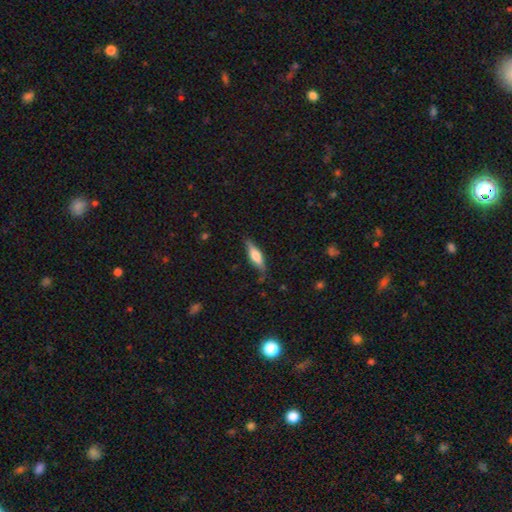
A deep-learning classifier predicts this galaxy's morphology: A smooth galaxy with no disk features (53%) that is cigar-shaped (63%).

Vote fractions:
- Smooth or featured? smooth: 53% / featured or disk: 41% / star or artifact: 6%
- How rounded? cigar-shaped: 63% / in between: 34% / round: 2%
- Merging? none: 79% / minor disturbance: 17% / major disturbance: 3% / merger: 2%